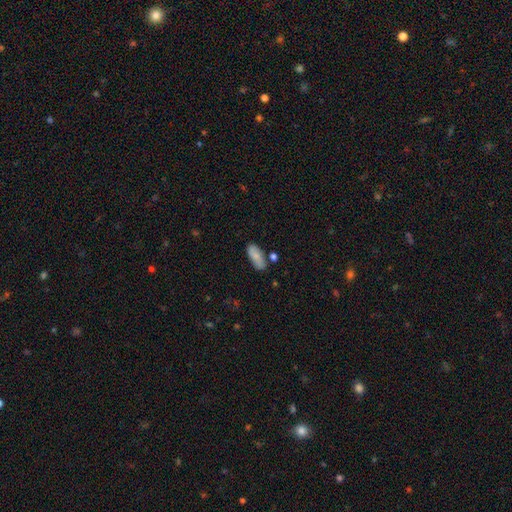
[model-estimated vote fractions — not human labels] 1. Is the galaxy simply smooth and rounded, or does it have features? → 81% smooth, 13% featured or disk, 7% star or artifact.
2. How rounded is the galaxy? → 83% in between, 15% cigar-shaped, 2% round.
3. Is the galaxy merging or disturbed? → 73% none, 16% minor disturbance, 8% merger, 4% major disturbance.